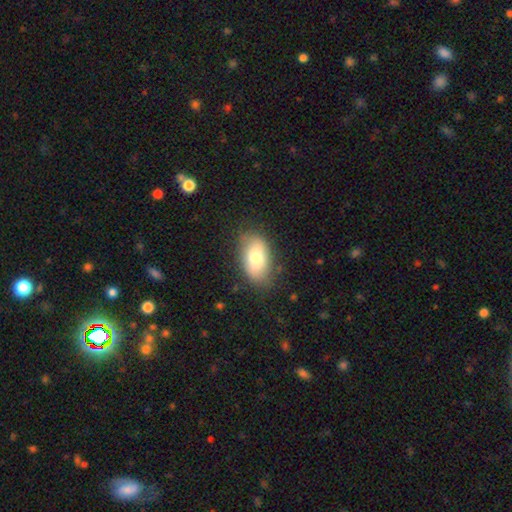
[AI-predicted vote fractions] This is likely a smooth galaxy (77%). How rounded: clearly in between (93%). Merging: likely none (78%).